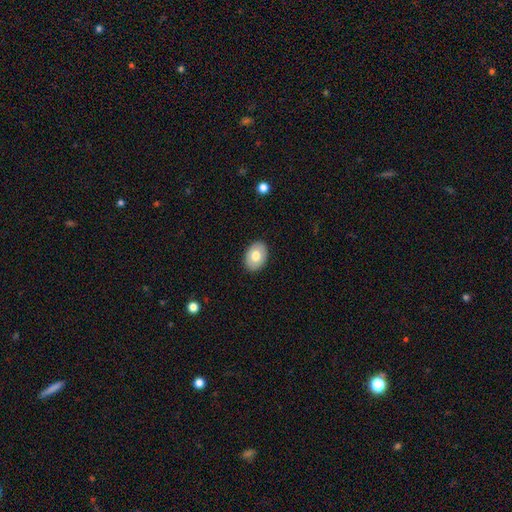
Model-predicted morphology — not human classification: A smooth galaxy with no disk features (72%) that is in between round and cigar-shaped (81%).

Vote fractions:
- Smooth or featured? smooth: 72% / featured or disk: 21% / star or artifact: 6%
- How rounded? in between: 81% / round: 19% / cigar-shaped: 1%
- Merging? none: 89% / minor disturbance: 8% / major disturbance: 2% / merger: 1%